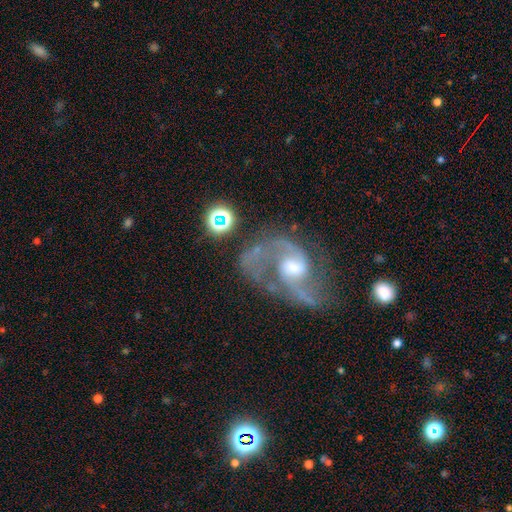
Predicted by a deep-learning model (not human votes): This appears to be a featured or disk galaxy (87%) with a weak bar (47%), 2 (83%) medium (50%) spiral arms (96%) and a moderate central bulge (54%). Merging: none (50%).